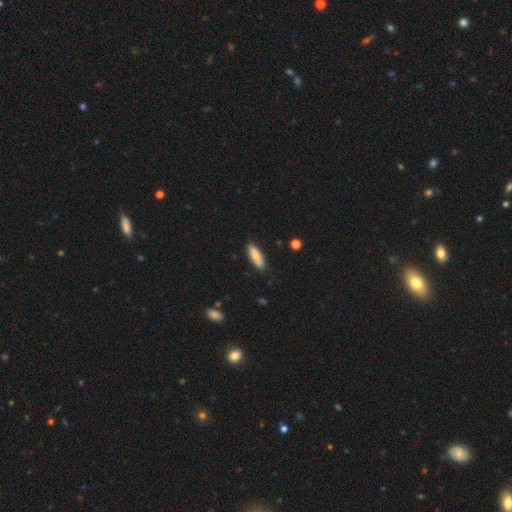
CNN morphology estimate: The model was most divided on "how rounded": in between: 54%, cigar-shaped: 44%, round: 2%. More confident: merging — none (84%); smooth or featured — smooth (78%).